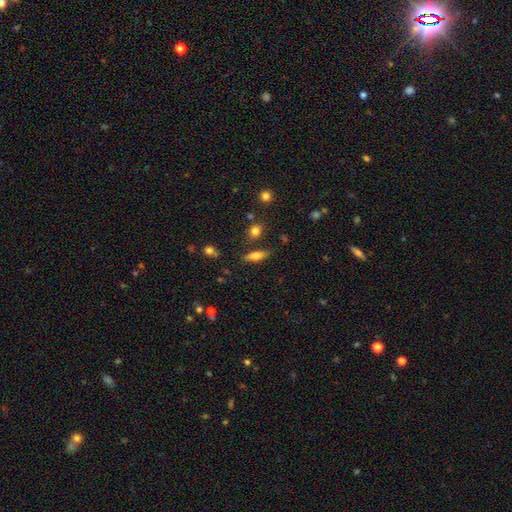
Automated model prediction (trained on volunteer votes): smooth 68%, featured or disk 24%, star or artifact 9%. Down the decision tree: how rounded — in between (54%); merging — none (78%).